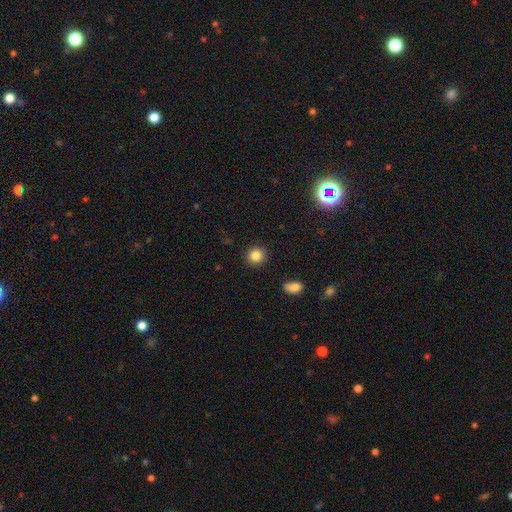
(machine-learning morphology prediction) This is clearly a smooth galaxy (85%). How rounded: clearly round (88%). Merging: clearly none (90%).